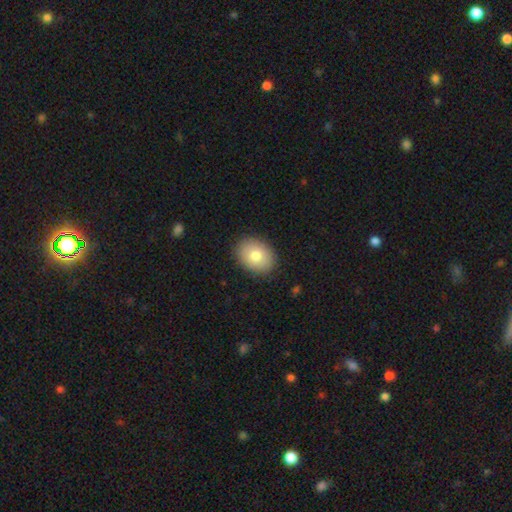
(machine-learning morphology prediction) Smooth or featured? Predicted: smooth (p=0.79). How rounded? Predicted: in between (p=0.66). Merging? Predicted: none (p=0.88).